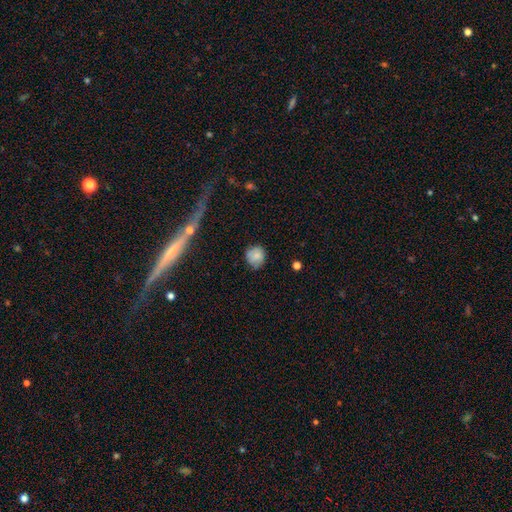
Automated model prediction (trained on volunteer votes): smooth_or_featured: smooth (p=0.78) [alt: featured or disk p=0.13]
how_rounded: round (p=0.84) [alt: in between p=0.15]
merging: none (p=0.69) [alt: minor disturbance p=0.24]